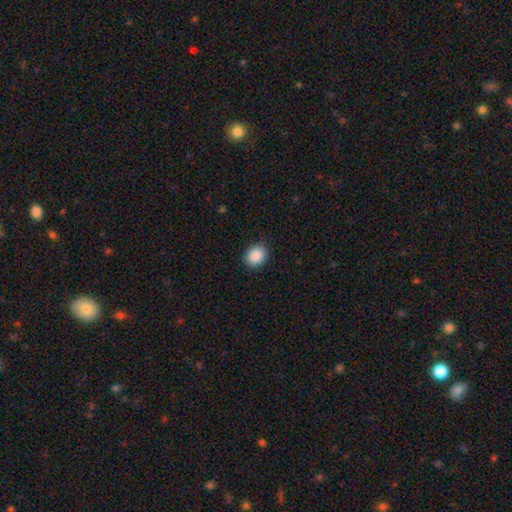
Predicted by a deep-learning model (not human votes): This appears to be a smooth galaxy with no disk features (89%) that is round (59%). Merging: none (88%).